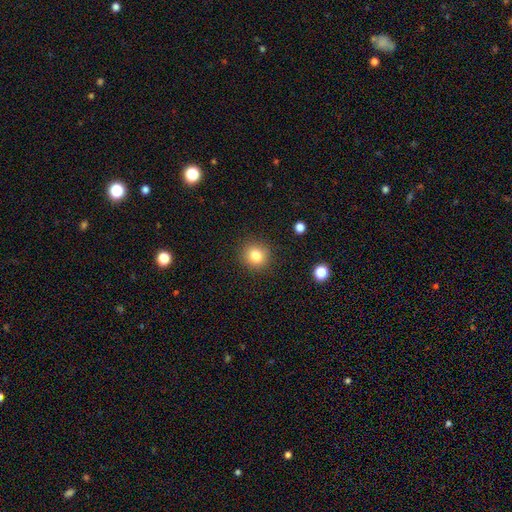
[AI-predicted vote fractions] smooth_or_featured: smooth (p=0.82) [alt: star or artifact p=0.11]
how_rounded: round (p=0.89) [alt: in between p=0.10]
merging: none (p=0.89) [alt: minor disturbance p=0.07]